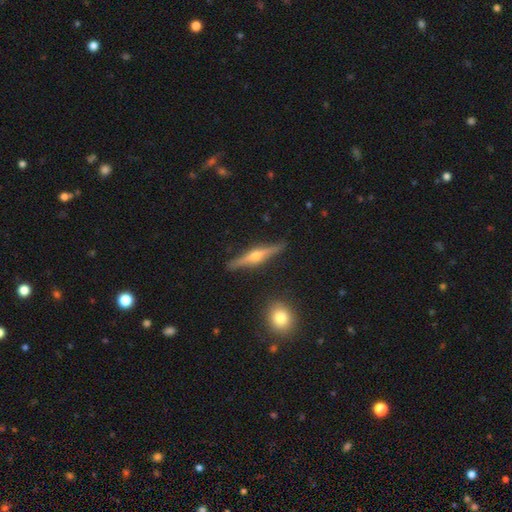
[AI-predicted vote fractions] Smooth or featured?
  - featured or disk: 77% *
  - smooth: 17%
  - star or artifact: 6%
Edge-on disk?
  - yes: 97% *
  - no: 3%
Edge-on bulge?
  - rounded: 92% *
  - boxy: 5%
  - none: 4%
Merging?
  - none: 89% *
  - minor disturbance: 8%
  - major disturbance: 2%
  - merger: 1%